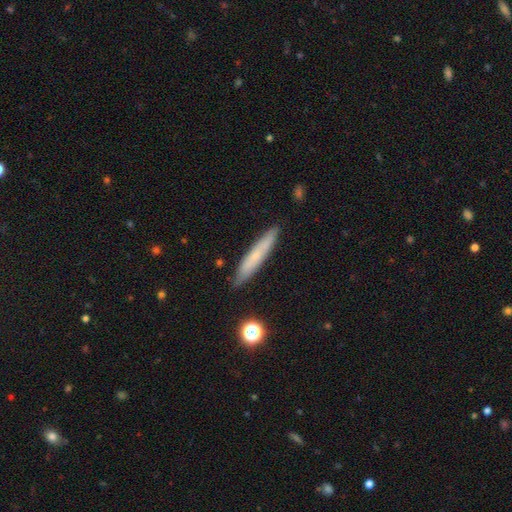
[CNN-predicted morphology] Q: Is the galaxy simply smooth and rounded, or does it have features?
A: smooth — 59%.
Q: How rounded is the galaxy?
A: cigar-shaped — 92%.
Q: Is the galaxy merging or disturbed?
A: none — 87%.